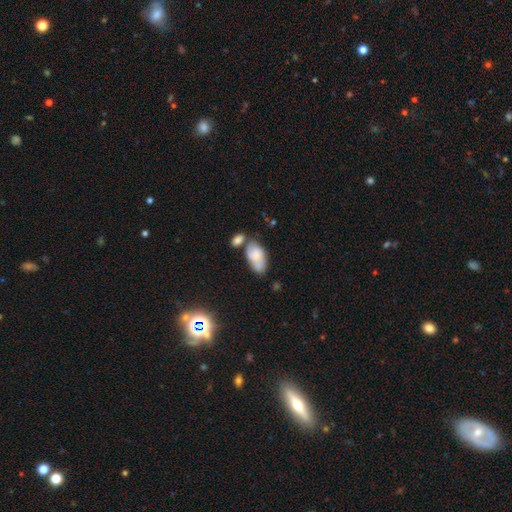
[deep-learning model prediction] Overall: smooth (65%; featured or disk 27%). How rounded: in between (92%). Merging: none (40%; merger 28%).